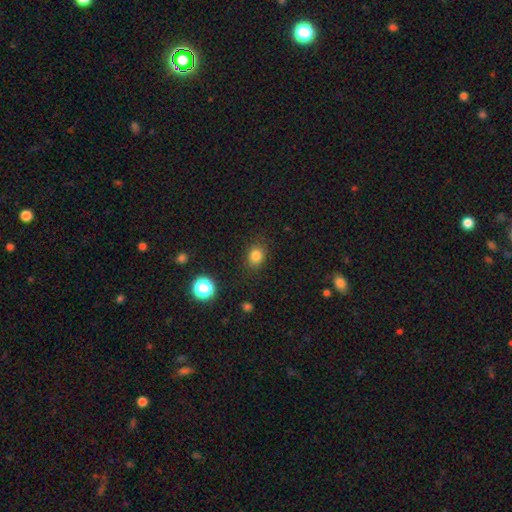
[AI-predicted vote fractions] Overall: smooth (81%). How rounded: round (55%; in between 44%). Merging: none (83%).